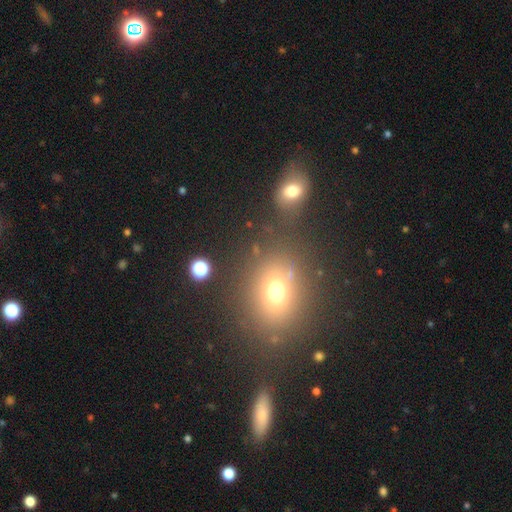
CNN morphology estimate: Smooth or featured? Predicted: smooth (p=0.52). How rounded? Predicted: round (p=0.55). Merging? Predicted: none (p=0.75).